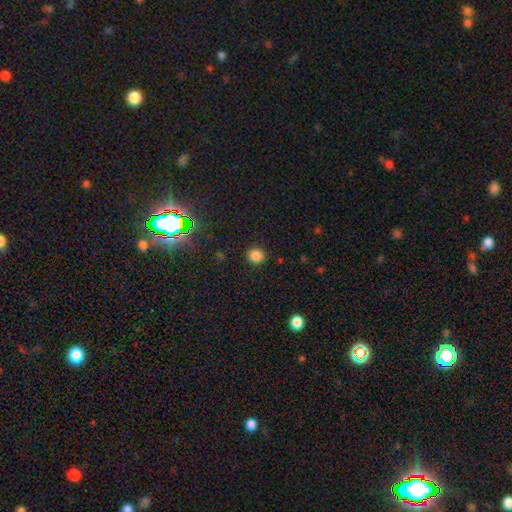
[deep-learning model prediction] smooth-or-featured: smooth: 83% | star or artifact: 14% | featured or disk: 3%
  how-rounded: round: 90% | in between: 9% | cigar-shaped: 1%
  merging: none: 90% | minor disturbance: 6% | major disturbance: 2% | merger: 1%